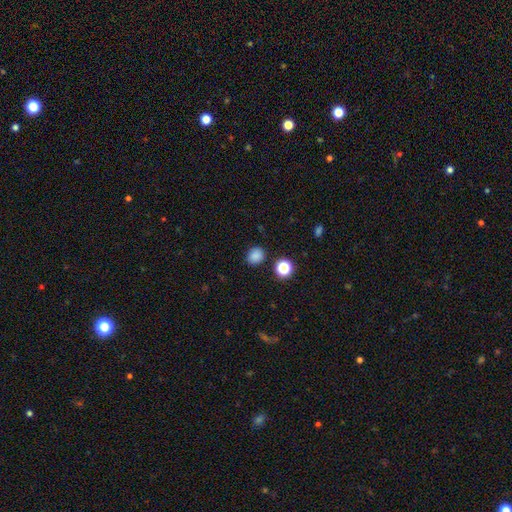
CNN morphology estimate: Smooth or featured: smooth — 83% (star or artifact — 14%)
How rounded: round — 72% (in between — 27%)
Merging: none — 84% (minor disturbance — 10%)